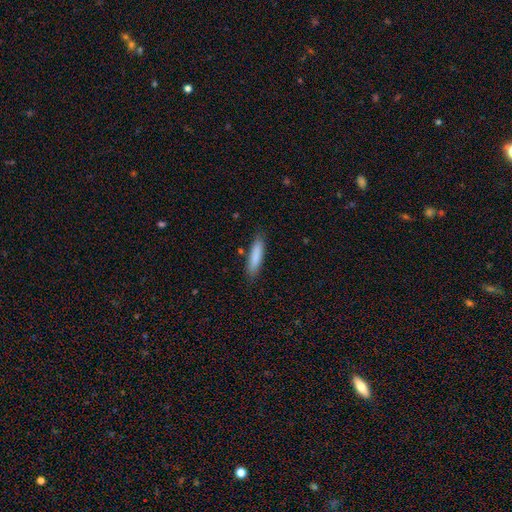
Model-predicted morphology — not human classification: smooth-or-featured: smooth: 85% | featured or disk: 9% | star or artifact: 6%
  how-rounded: cigar-shaped: 77% | in between: 22% | round: 1%
  merging: none: 86% | minor disturbance: 10% | major disturbance: 2% | merger: 2%